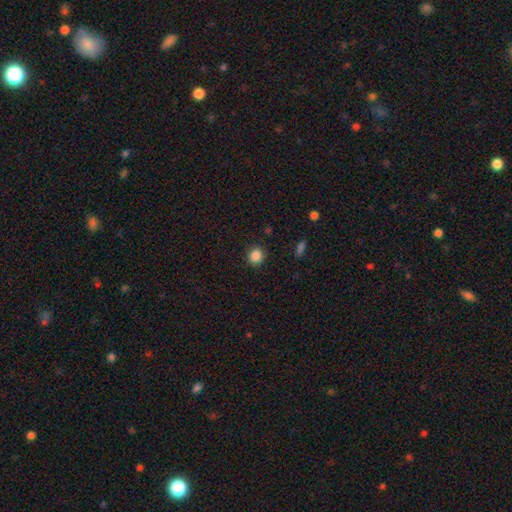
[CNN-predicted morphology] A smooth galaxy with no disk features (86%) that is round (81%).

Vote fractions:
- Smooth or featured? smooth: 86% / star or artifact: 11% / featured or disk: 3%
- How rounded? round: 81% / in between: 18% / cigar-shaped: 1%
- Merging? none: 89% / minor disturbance: 7% / major disturbance: 2% / merger: 1%